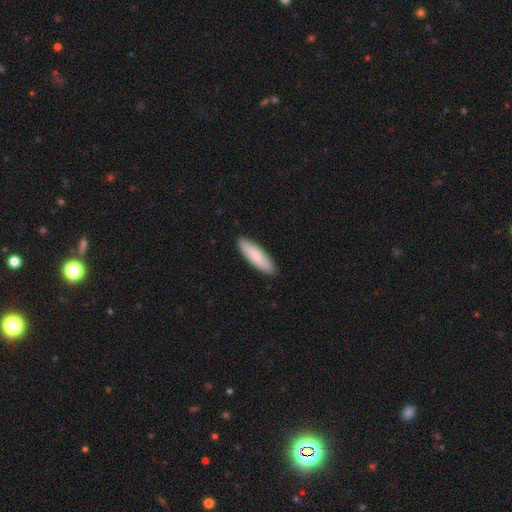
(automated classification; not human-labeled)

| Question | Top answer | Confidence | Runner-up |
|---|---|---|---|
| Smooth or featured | smooth | 82% | featured or disk (13%) |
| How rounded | cigar-shaped | 59% | in between (39%) |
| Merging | none | 90% | minor disturbance (7%) |